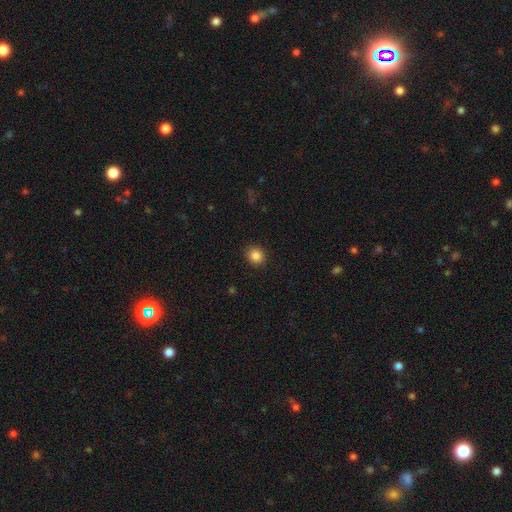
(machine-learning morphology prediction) This appears to be a smooth galaxy with no disk features (86%) that is round (81%). Merging: none (91%).